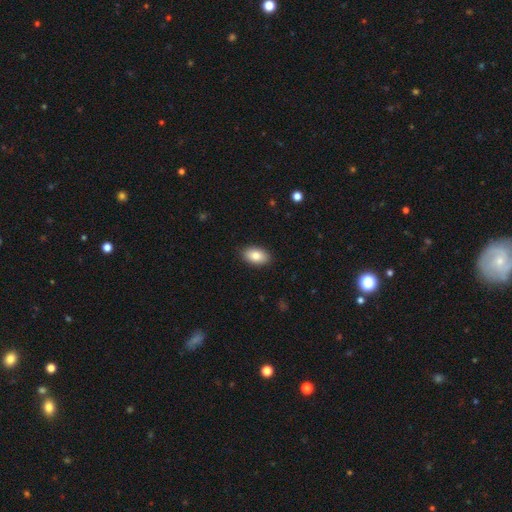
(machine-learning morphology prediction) Smooth or featured?
  - smooth: 85% *
  - featured or disk: 8%
  - star or artifact: 7%
How rounded?
  - in between: 92% *
  - round: 6%
  - cigar-shaped: 1%
Merging?
  - none: 89% *
  - minor disturbance: 8%
  - major disturbance: 2%
  - merger: 1%